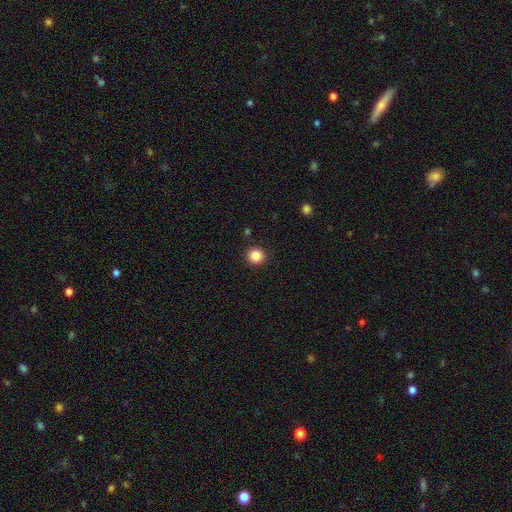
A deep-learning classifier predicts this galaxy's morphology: A smooth galaxy with no disk features (85%) that is round (94%). Merging: none (92%).